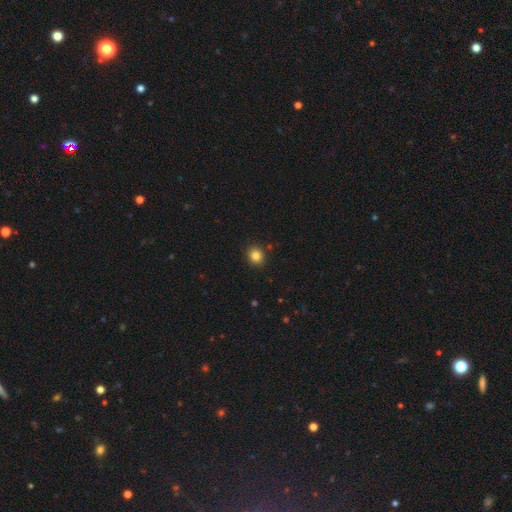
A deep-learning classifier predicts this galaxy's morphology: Overall: smooth (84%). How rounded: round (75%). Merging: none (89%).